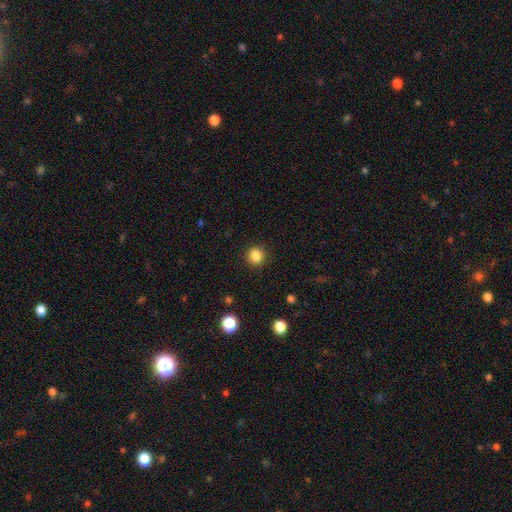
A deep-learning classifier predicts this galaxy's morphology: A smooth galaxy with no disk features (85%) that is round (92%). Merging: none (91%).